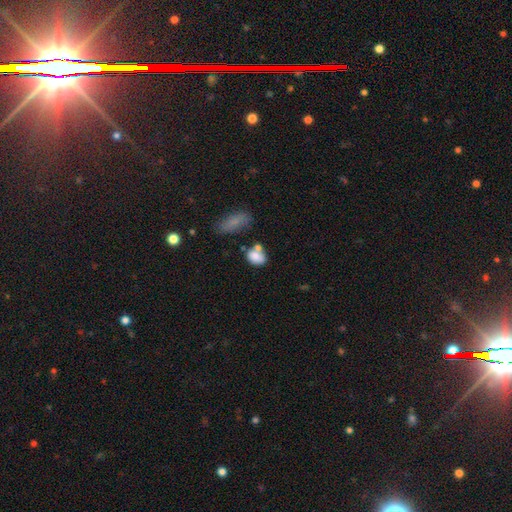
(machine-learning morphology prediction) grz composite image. It shows a smooth galaxy with no disk features (81%) that is in between round and cigar-shaped (74%). Merging: none (41%).